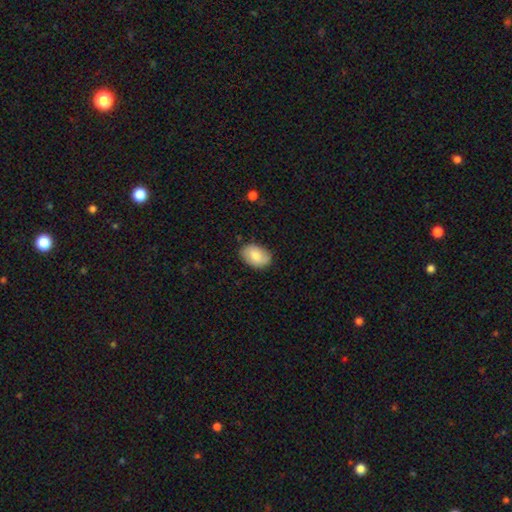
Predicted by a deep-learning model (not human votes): Overall: smooth (80%). How rounded: in between (85%). Merging: none (82%).